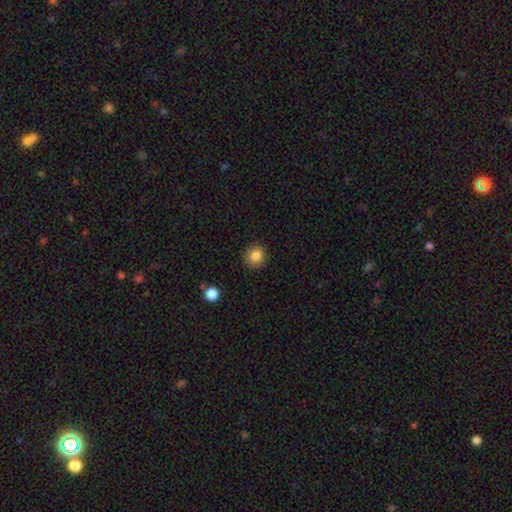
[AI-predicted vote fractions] smooth_or_featured: smooth (p=0.83) [alt: star or artifact p=0.10]
how_rounded: round (p=0.92) [alt: in between p=0.07]
merging: none (p=0.90) [alt: minor disturbance p=0.06]